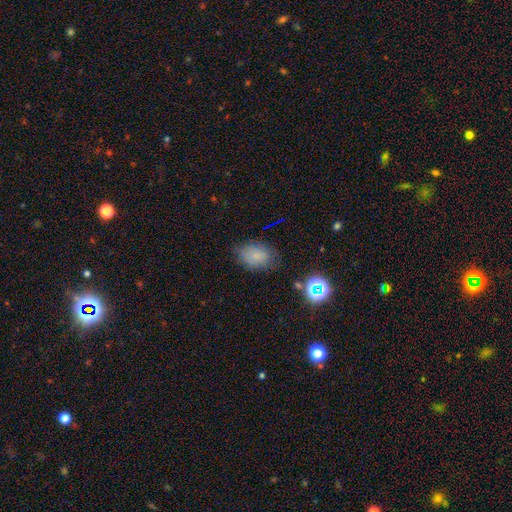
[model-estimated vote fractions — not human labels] smooth 73%, star or artifact 15%, featured or disk 12%. Down the decision tree: how rounded — in between (79%); merging — none (71%).